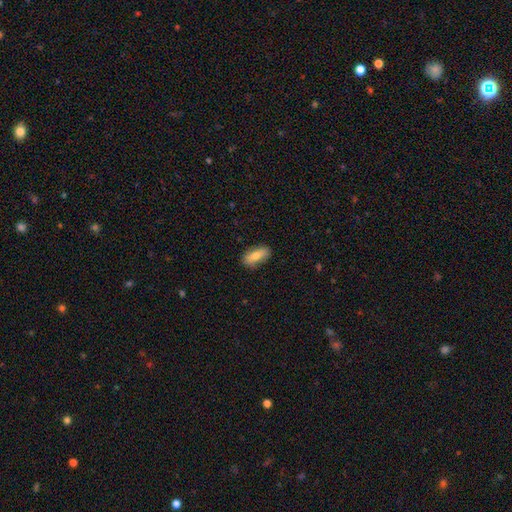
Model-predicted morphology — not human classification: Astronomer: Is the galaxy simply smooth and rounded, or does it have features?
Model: smooth — 77%.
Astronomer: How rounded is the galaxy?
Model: in between — 75%.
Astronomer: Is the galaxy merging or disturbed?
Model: none — 85%.